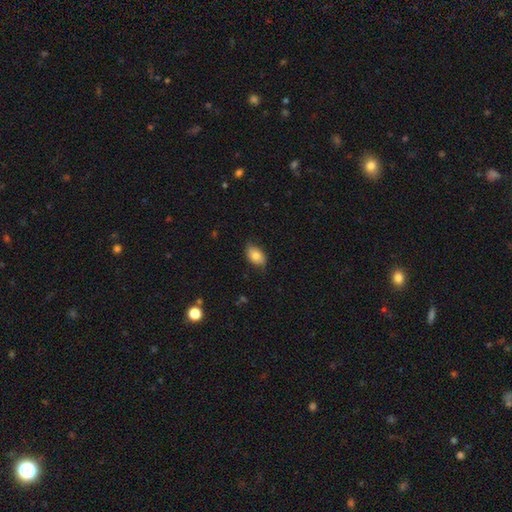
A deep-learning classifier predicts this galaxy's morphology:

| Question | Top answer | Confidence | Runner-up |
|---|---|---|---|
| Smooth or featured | smooth | 80% | featured or disk (13%) |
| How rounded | in between | 88% | round (10%) |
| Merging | none | 78% | minor disturbance (18%) |